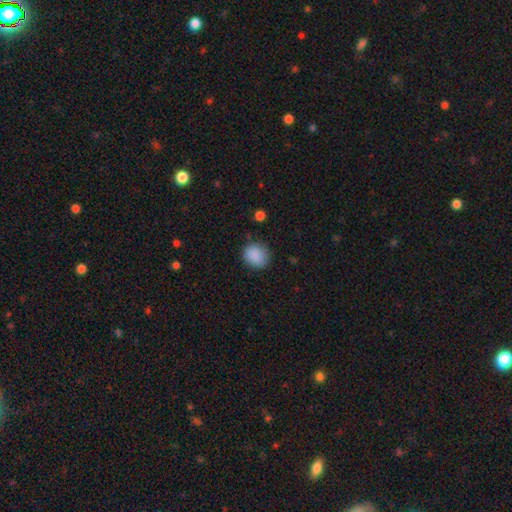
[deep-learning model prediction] smooth_or_featured: smooth (p=0.88) [alt: star or artifact p=0.09]
how_rounded: round (p=0.72) [alt: in between p=0.27]
merging: none (p=0.83) [alt: minor disturbance p=0.12]